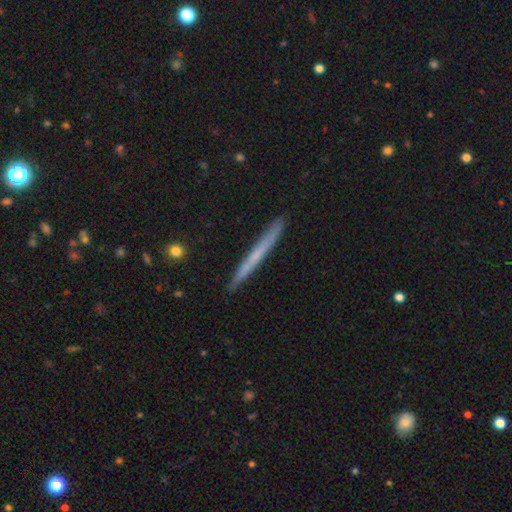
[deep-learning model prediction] smooth-or-featured: smooth: 49% | featured or disk: 44% | star or artifact: 7%
  merging: none: 91% | minor disturbance: 6% | major disturbance: 1% | merger: 1%